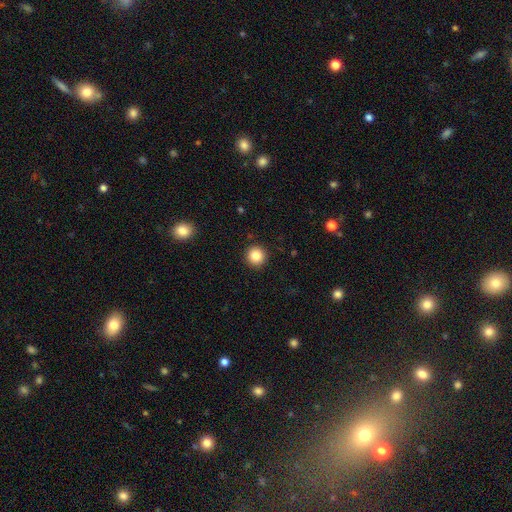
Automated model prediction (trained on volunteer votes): smooth-or-featured: smooth: 84% | star or artifact: 10% | featured or disk: 5%
  how-rounded: round: 96% | in between: 3% | cigar-shaped: 1%
  merging: none: 93% | minor disturbance: 5% | major disturbance: 2% | merger: 1%